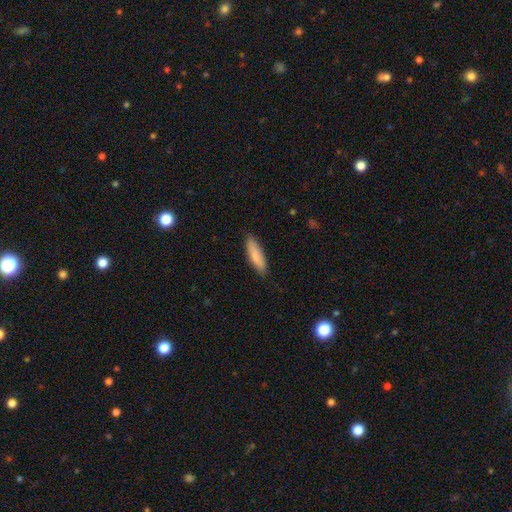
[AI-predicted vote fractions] smooth-or-featured: smooth: 83% | featured or disk: 12% | star or artifact: 6%
  how-rounded: cigar-shaped: 66% | in between: 32% | round: 1%
  merging: none: 86% | minor disturbance: 11% | major disturbance: 2% | merger: 1%